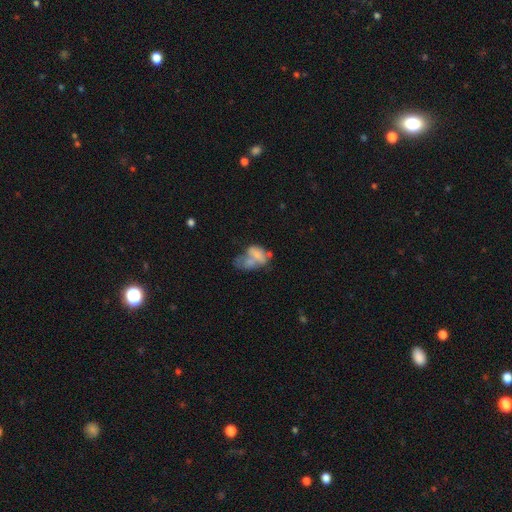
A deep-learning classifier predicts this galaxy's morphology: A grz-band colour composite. It shows a smooth galaxy with no disk features (54%) that is in between round and cigar-shaped (86%). Merging: merger (46%).